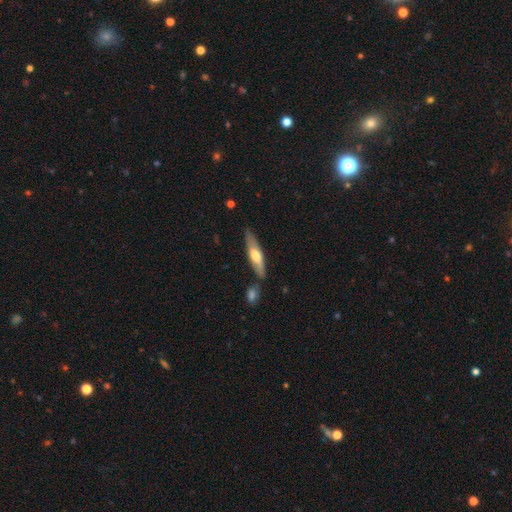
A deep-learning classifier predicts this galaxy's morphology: A smooth galaxy with no disk features (48%).

Vote fractions:
- Smooth or featured? smooth: 48% / featured or disk: 46% / star or artifact: 5%
- Merging? none: 78% / minor disturbance: 13% / merger: 6% / major disturbance: 3%